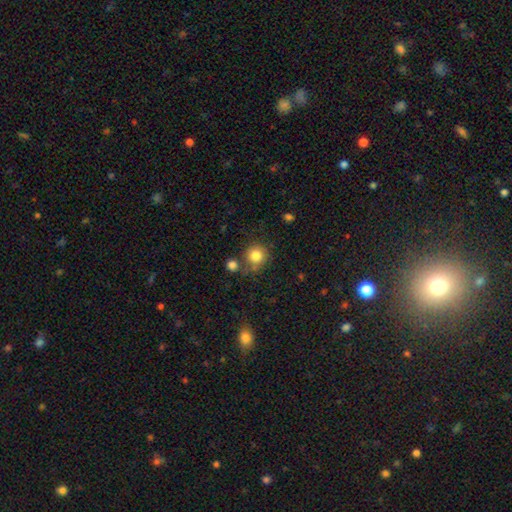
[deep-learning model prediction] Overall: smooth (83%). How rounded: round (92%). Merging: none (70%).